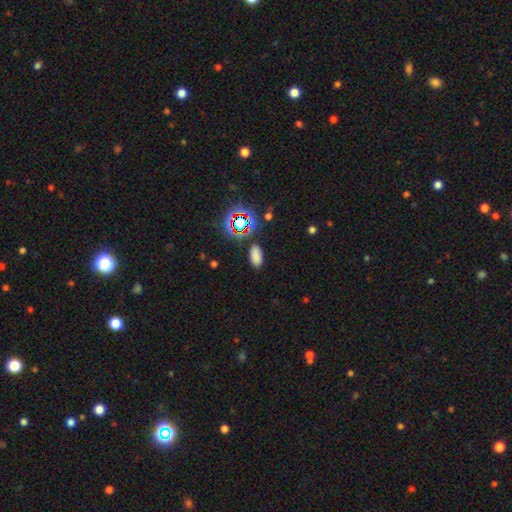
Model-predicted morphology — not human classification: Smooth or featured?
  - smooth: 75% *
  - star or artifact: 21%
  - featured or disk: 5%
How rounded?
  - in between: 90% *
  - cigar-shaped: 5%
  - round: 4%
Merging?
  - none: 84% *
  - minor disturbance: 10%
  - major disturbance: 3%
  - merger: 3%